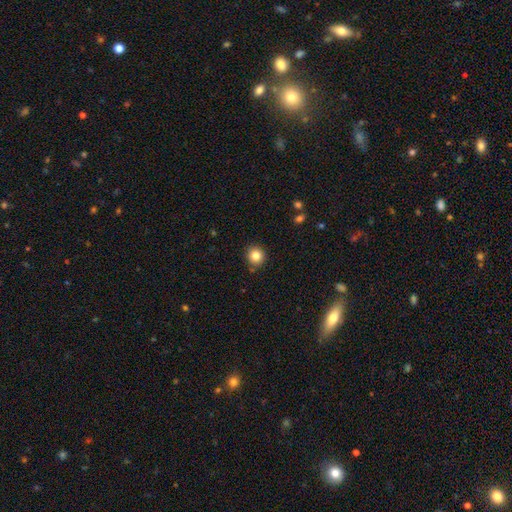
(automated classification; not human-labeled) A smooth galaxy with no disk features (83%) that is round (92%). Merging: none (88%).